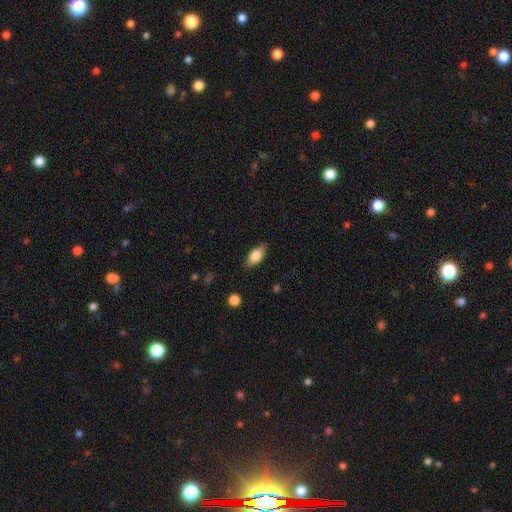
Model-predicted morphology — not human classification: This appears to be a smooth galaxy with no disk features (77%) that is in between round and cigar-shaped (83%). Merging: none (85%).